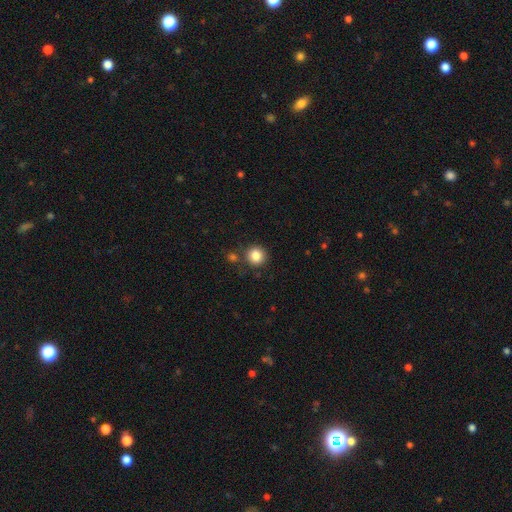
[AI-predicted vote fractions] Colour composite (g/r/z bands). It shows a smooth galaxy with no disk features (85%) that is round (92%). Merging: none (82%).